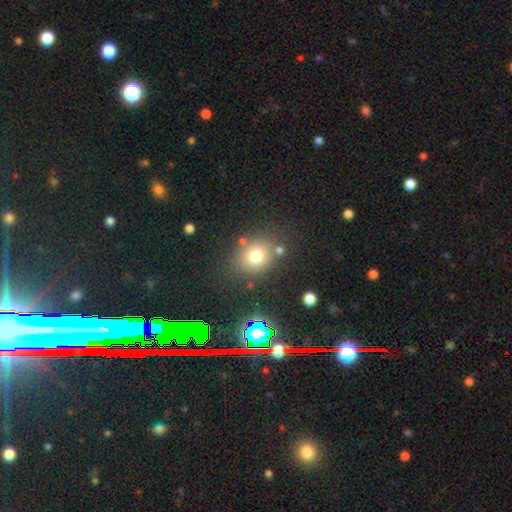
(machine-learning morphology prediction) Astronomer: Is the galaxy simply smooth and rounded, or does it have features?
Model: smooth — 72%.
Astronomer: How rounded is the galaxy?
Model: round — 74%.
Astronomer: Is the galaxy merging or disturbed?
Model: none — 78%.